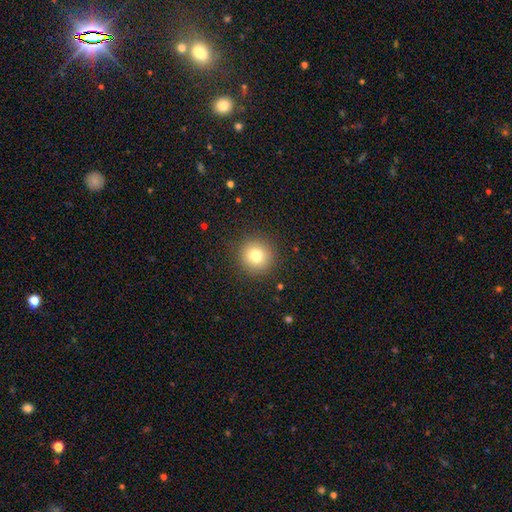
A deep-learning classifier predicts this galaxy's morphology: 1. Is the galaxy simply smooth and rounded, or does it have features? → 78% smooth, 12% star or artifact, 10% featured or disk.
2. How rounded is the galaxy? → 95% round, 4% in between, 1% cigar-shaped.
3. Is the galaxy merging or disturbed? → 91% none, 6% minor disturbance, 2% major disturbance, 1% merger.